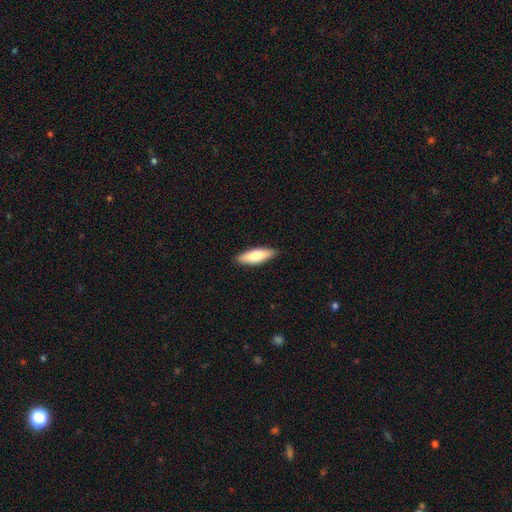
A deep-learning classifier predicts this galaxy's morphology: Q: Smooth or featured?
A: smooth (76%); runner-up: featured or disk (19%)
Q: How rounded?
A: in between (50%); runner-up: cigar-shaped (49%)
Q: Merging?
A: none (89%); runner-up: minor disturbance (9%)